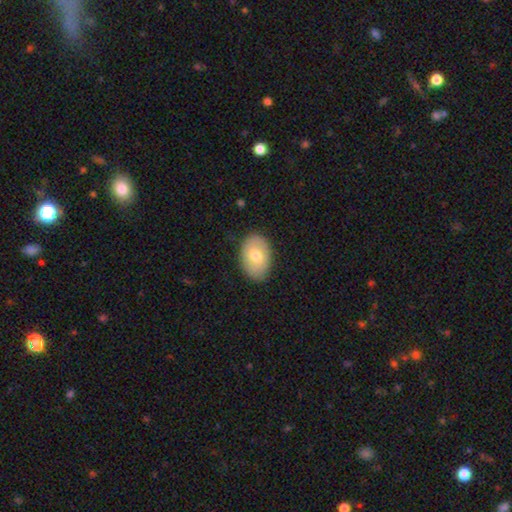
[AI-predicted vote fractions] A smooth galaxy with no disk features (72%) that is in between round and cigar-shaped (84%). Merging: none (82%).